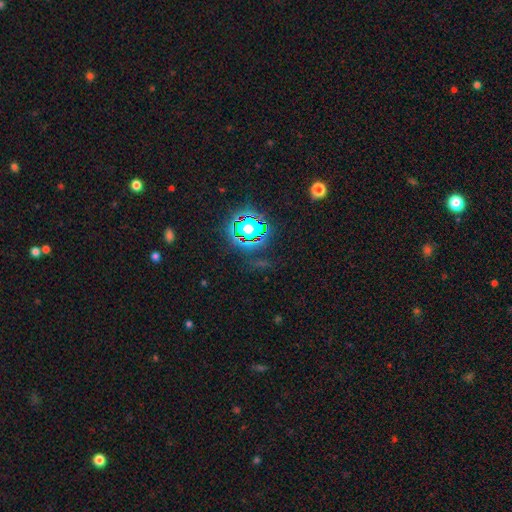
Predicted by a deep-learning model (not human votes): smooth-or-featured: star or artifact: 79% | smooth: 12% | featured or disk: 8%